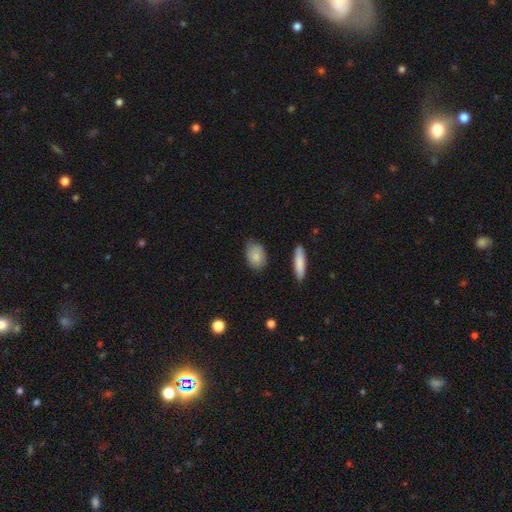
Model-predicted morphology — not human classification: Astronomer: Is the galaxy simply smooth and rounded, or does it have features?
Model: smooth — 83%.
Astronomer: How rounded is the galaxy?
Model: in between — 82%.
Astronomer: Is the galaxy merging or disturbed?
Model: none — 75%.